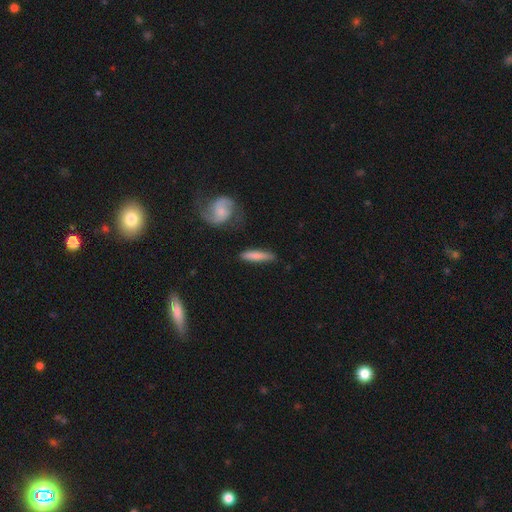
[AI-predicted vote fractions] A smooth galaxy with no disk features (70%) that is cigar-shaped (86%). Merging: none (77%).